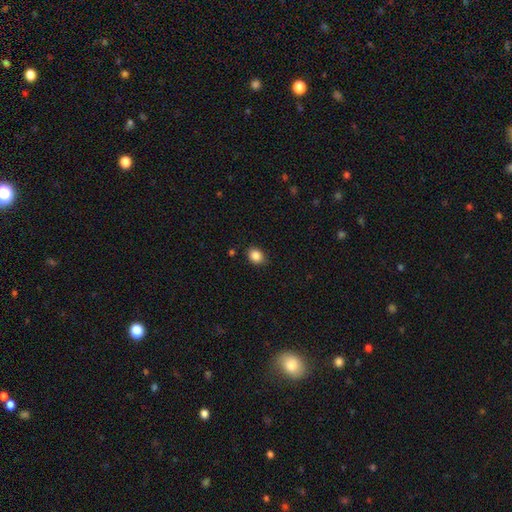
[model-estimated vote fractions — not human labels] Smooth or featured: smooth — 87% (star or artifact — 9%)
How rounded: in between — 55% (round — 44%)
Merging: none — 85% (minor disturbance — 11%)